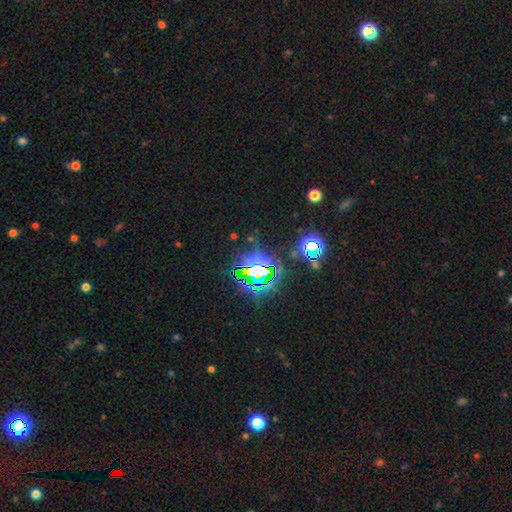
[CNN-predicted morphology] This appears to be a star or artifact, not a galaxy (82%).